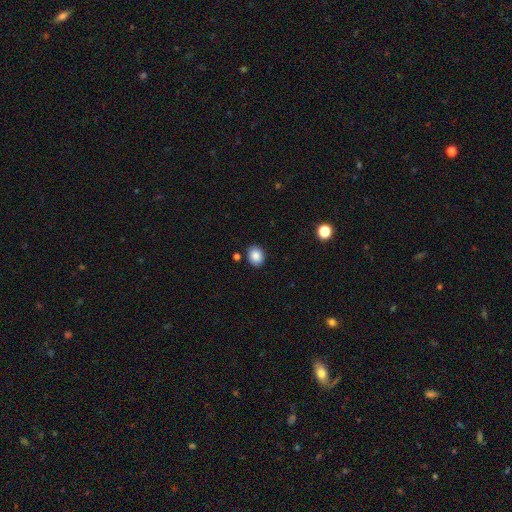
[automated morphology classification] smooth-or-featured: smooth: 87% | star or artifact: 9% | featured or disk: 4%
  how-rounded: round: 54% | in between: 45% | cigar-shaped: 1%
  merging: none: 86% | minor disturbance: 9% | merger: 3% | major disturbance: 2%